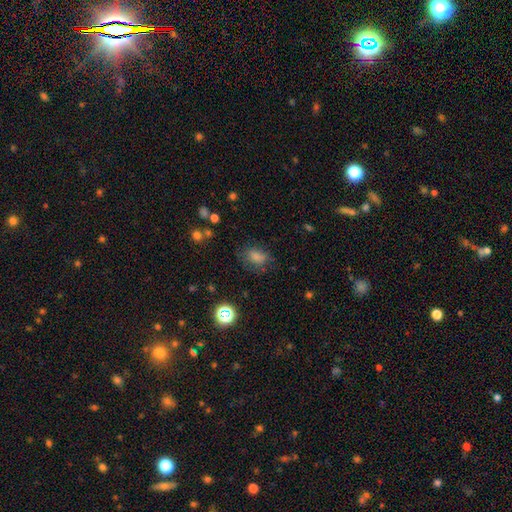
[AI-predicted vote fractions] A smooth galaxy with no disk features (62%) that is in between round and cigar-shaped (68%). Merging: none (70%).